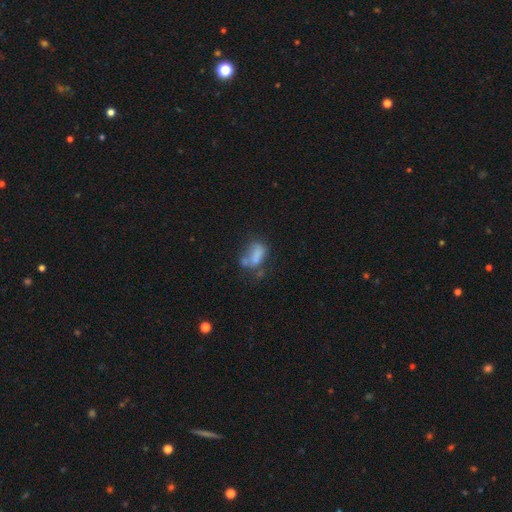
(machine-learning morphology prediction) A smooth galaxy with no disk features (56%) that is in between round and cigar-shaped (81%).

Vote fractions:
- Smooth or featured? smooth: 56% / featured or disk: 30% / star or artifact: 13%
- How rounded? in between: 81% / round: 13% / cigar-shaped: 5%
- Merging? merger: 33% / none: 28% / major disturbance: 21% / minor disturbance: 18%